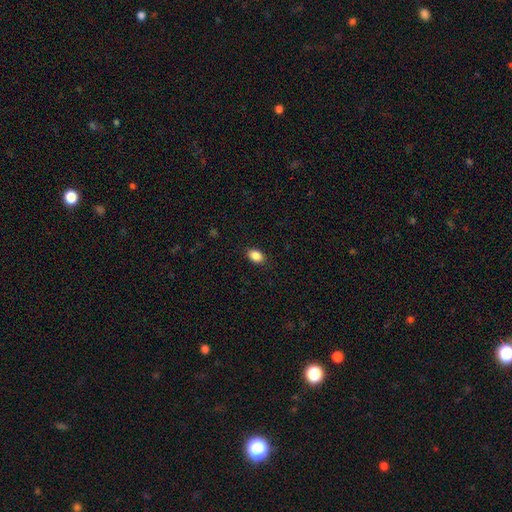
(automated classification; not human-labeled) The model was most divided on "how rounded": in between: 84%, round: 15%, cigar-shaped: 1%. More confident: merging — none (88%); smooth or featured — smooth (88%).